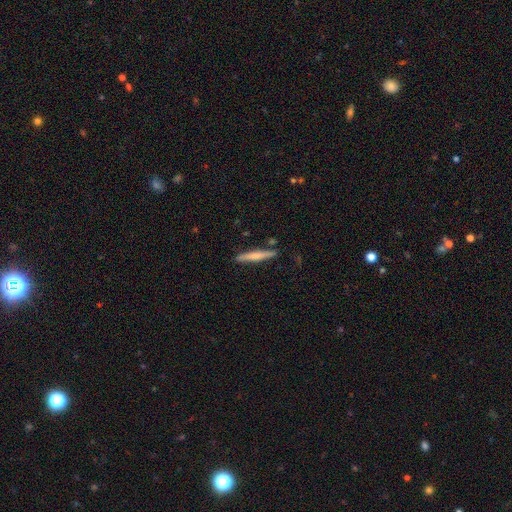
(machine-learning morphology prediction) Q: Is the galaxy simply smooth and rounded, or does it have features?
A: smooth — 55%.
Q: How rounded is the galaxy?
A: cigar-shaped — 94%.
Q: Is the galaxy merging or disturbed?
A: none — 86%.